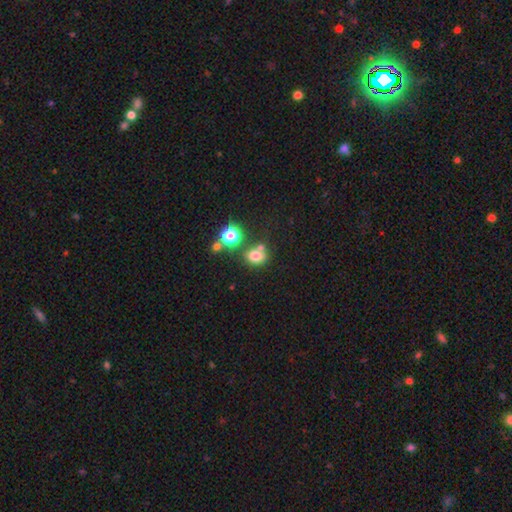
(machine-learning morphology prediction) Smooth or featured?
  - smooth: 74% *
  - star or artifact: 17%
  - featured or disk: 9%
How rounded?
  - in between: 51% *
  - round: 47%
  - cigar-shaped: 1%
Merging?
  - none: 58% *
  - merger: 24%
  - minor disturbance: 13%
  - major disturbance: 5%